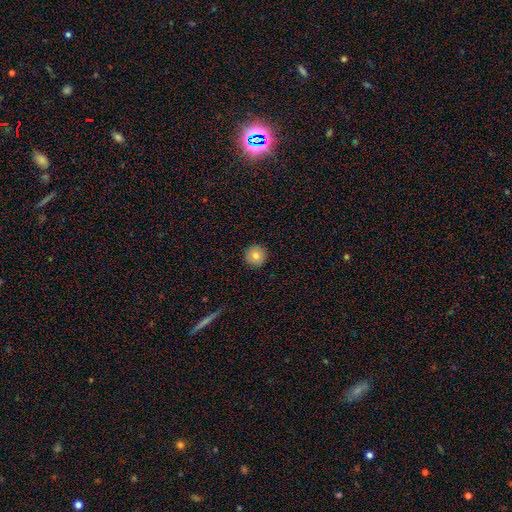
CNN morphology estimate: Smooth or featured? Predicted: smooth (p=0.82). How rounded? Predicted: round (p=0.96). Merging? Predicted: none (p=0.92).